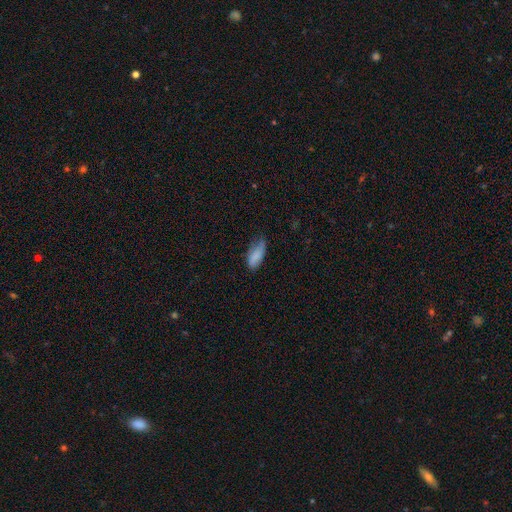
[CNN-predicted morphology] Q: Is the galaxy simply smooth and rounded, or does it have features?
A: smooth — 82%.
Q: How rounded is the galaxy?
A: in between — 86%.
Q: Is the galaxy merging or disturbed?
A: none — 54%.